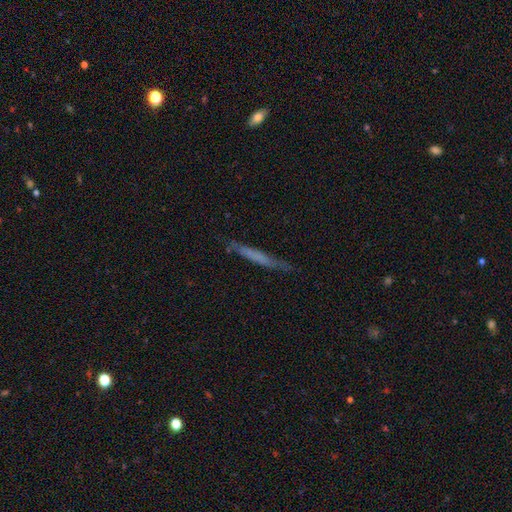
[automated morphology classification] The model was most divided on "smooth or featured": smooth: 49%, featured or disk: 43%, star or artifact: 8%. More confident: merging — none (80%).